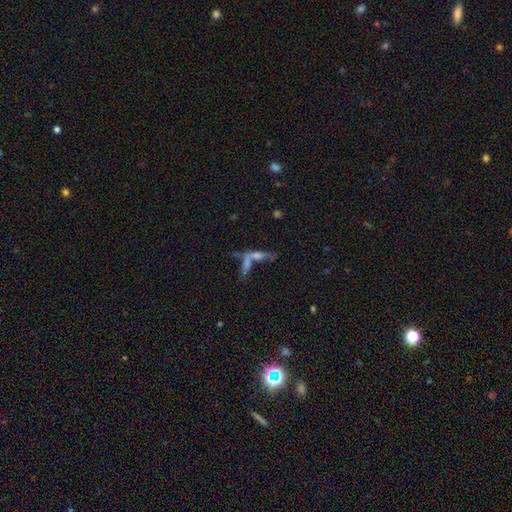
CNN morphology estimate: This appears to be a featured or disk galaxy (43%). Merging: merger (46%).